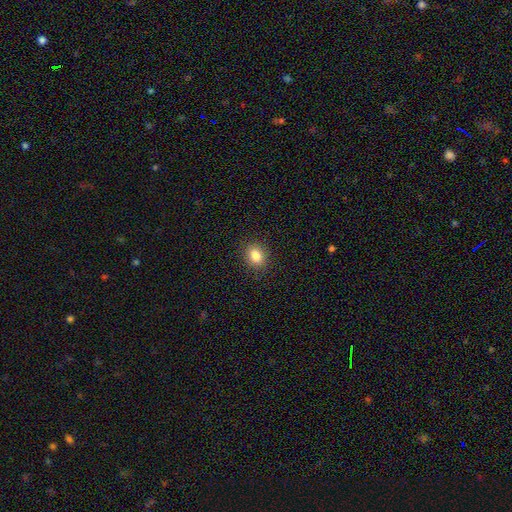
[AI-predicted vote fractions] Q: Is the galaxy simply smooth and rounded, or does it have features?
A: smooth — 84%.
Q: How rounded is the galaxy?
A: round — 55%.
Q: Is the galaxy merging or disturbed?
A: none — 89%.